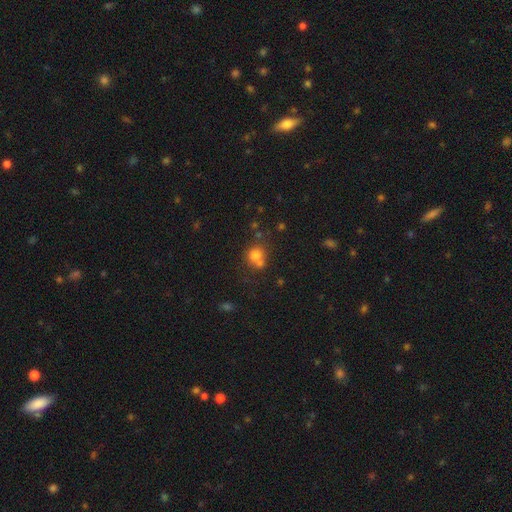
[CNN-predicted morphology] smooth-or-featured: smooth: 75% | star or artifact: 14% | featured or disk: 11%
  how-rounded: round: 77% | in between: 22% | cigar-shaped: 1%
  merging: none: 46% | merger: 37% | minor disturbance: 12% | major disturbance: 6%